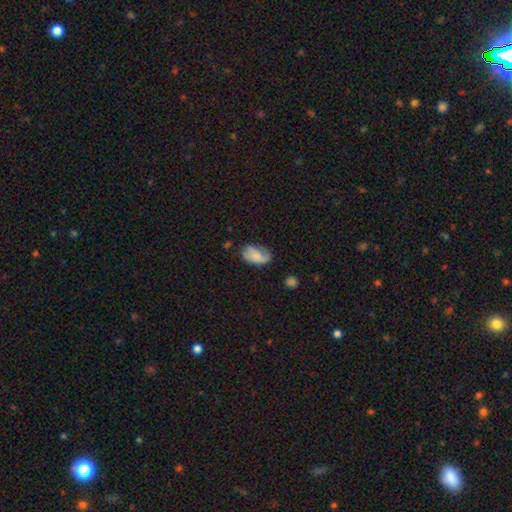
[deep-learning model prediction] Smooth or featured? Predicted: smooth (p=0.62). How rounded? Predicted: in between (p=0.91). Merging? Predicted: none (p=0.49).